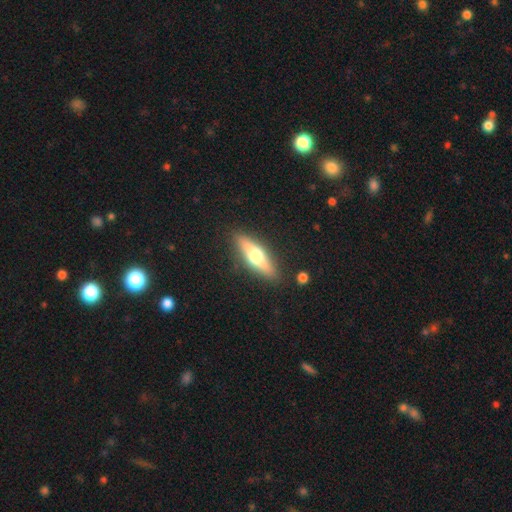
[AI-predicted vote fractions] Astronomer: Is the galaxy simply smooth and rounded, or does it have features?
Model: smooth — 47% (runner-up: featured or disk, 46%).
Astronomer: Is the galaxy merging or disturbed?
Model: none — 86%.